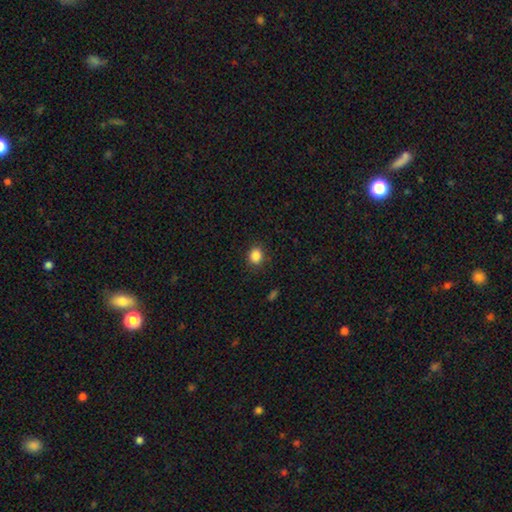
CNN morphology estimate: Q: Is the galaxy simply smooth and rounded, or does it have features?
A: smooth — 86%.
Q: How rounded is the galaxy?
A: round — 65%.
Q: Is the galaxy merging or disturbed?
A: none — 87%.